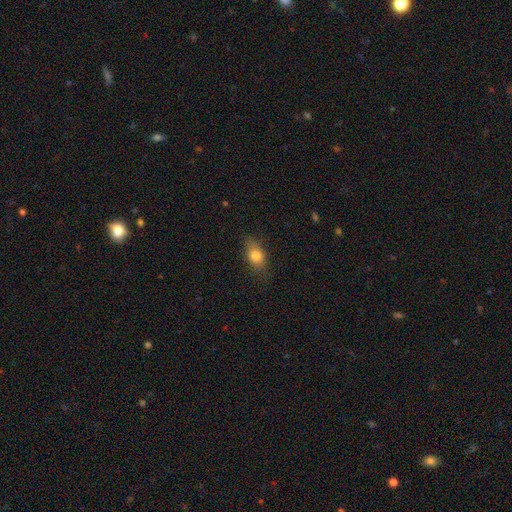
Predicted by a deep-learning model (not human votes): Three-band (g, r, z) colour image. It shows a smooth galaxy with no disk features (80%) that is in between round and cigar-shaped (77%). Merging: none (70%).